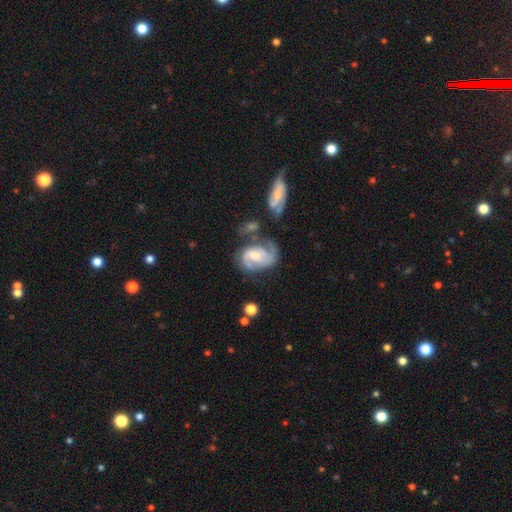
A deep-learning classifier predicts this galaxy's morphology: The model was most divided on "bar": weak: 48%, no: 37%, strong: 15%. Remaining: edge-on disk — no (98%); spiral arms — yes (95%); smooth or featured — featured or disk (84%); spiral arm count — 2 (74%); spiral winding — medium (49%); merging — none (47%); bulge size — moderate (46%).